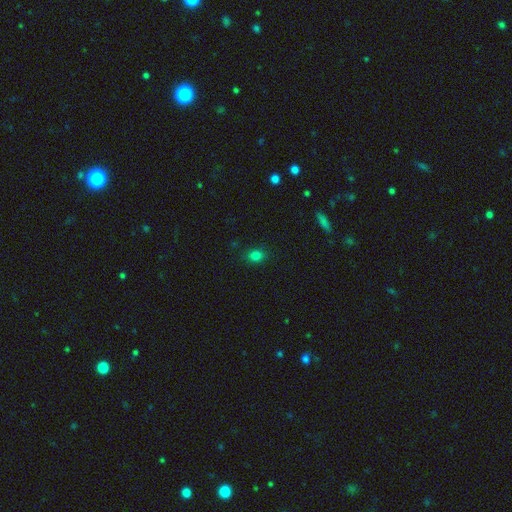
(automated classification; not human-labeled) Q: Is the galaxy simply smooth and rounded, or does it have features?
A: smooth — 79%.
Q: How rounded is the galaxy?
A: round — 56%.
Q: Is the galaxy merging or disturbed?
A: none — 86%.